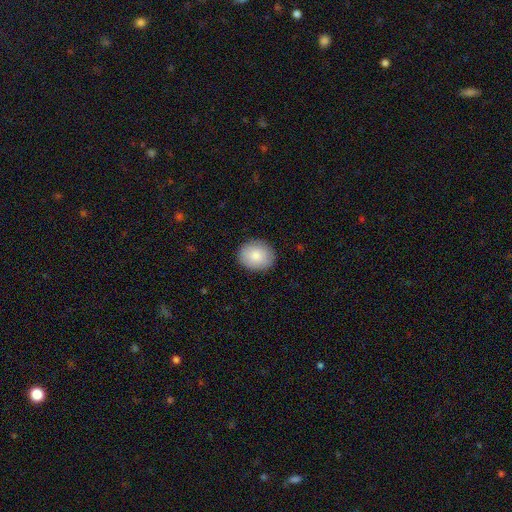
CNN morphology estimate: This is clearly a smooth galaxy (85%). How rounded: possibly round (59%). Merging: clearly none (89%).